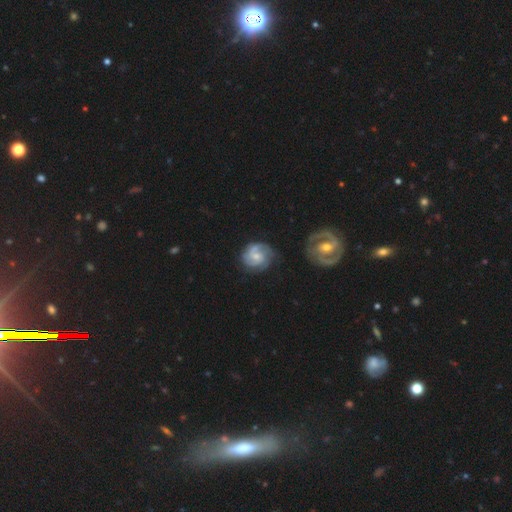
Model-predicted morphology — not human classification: Smooth or featured? featured or disk (79%)
Edge-on disk? no (98%)
Bar? no (57%)
Spiral arms? yes (95%)
Spiral winding? tight (49%)
Spiral arm count? 2 (45%)
Bulge size? small (56%)
Merging? none (70%)